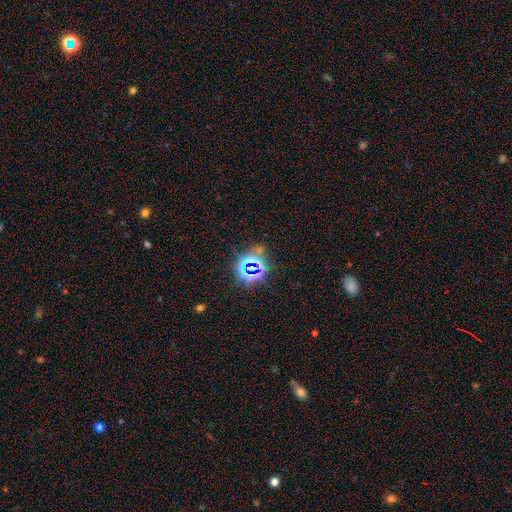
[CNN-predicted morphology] Q: Smooth or featured?
A: star or artifact (75%); runner-up: smooth (16%)